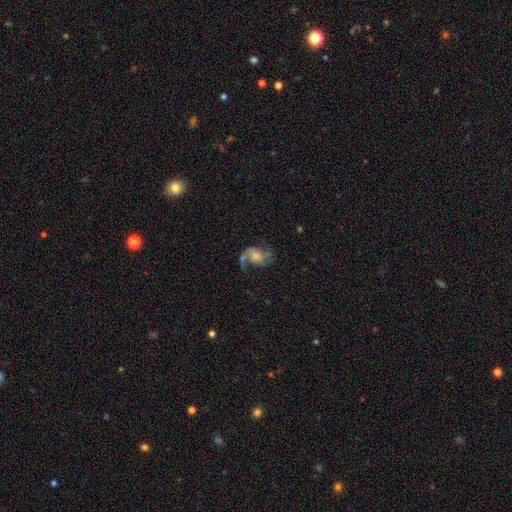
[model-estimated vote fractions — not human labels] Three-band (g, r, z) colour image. It shows a featured or disk galaxy (73%) with no bar (66%), 2 (70%) loose (52%) spiral arms (91%) and a moderate central bulge (34%). Merging: none (44%).